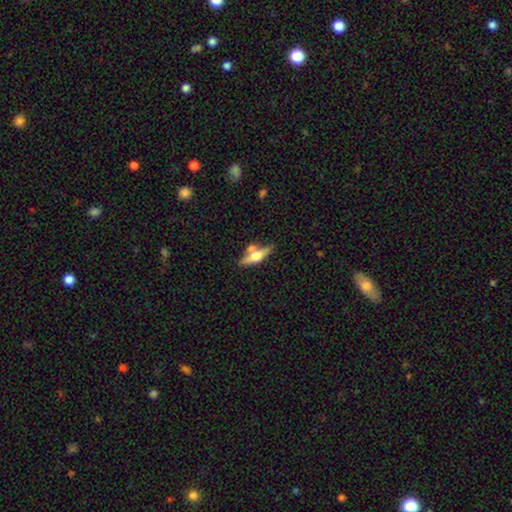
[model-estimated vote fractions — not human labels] Smooth or featured? Predicted: featured or disk (p=0.55). Edge-on disk? Predicted: yes (p=0.90). Edge-on bulge? Predicted: rounded (p=0.93). Merging? Predicted: none (p=0.58).